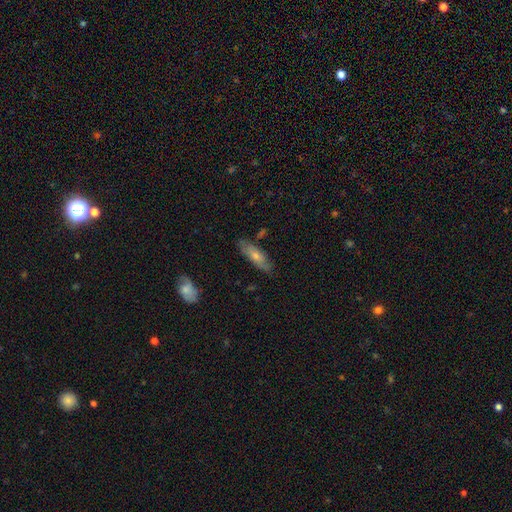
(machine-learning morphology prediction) type=smooth (62%); roundness=cigar-shaped (52%); merging=none (77%).